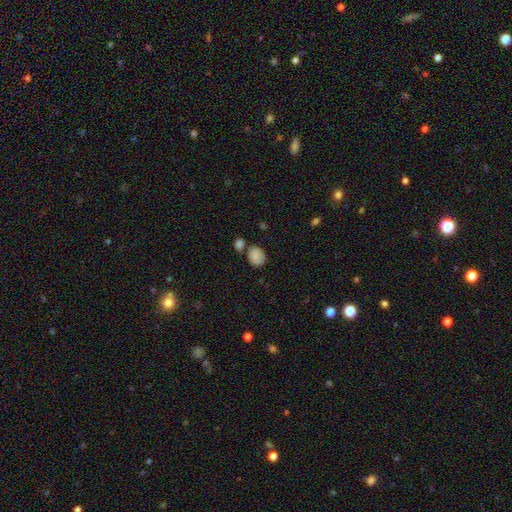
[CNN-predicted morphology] A smooth galaxy with no disk features (84%) that is in between round and cigar-shaped (58%).

Vote fractions:
- Smooth or featured? smooth: 84% / star or artifact: 9% / featured or disk: 7%
- How rounded? in between: 58% / round: 41% / cigar-shaped: 1%
- Merging? none: 60% / merger: 19% / minor disturbance: 16% / major disturbance: 5%